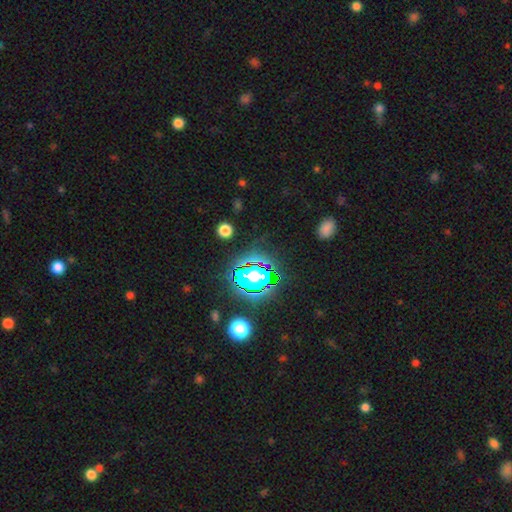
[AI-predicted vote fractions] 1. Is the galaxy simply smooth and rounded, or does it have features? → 82% star or artifact, 11% smooth, 7% featured or disk.